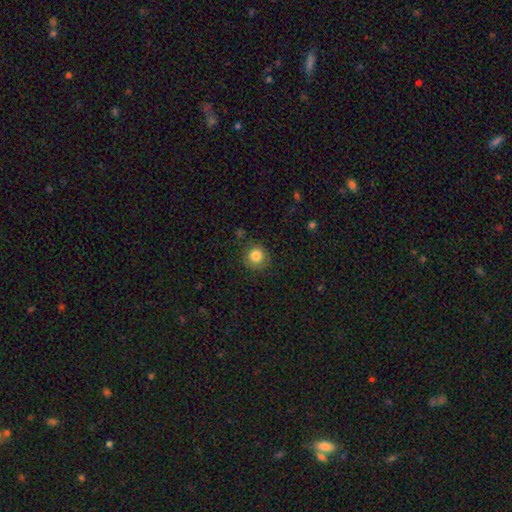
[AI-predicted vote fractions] A smooth galaxy with no disk features (84%) that is round (92%). Merging: none (83%).